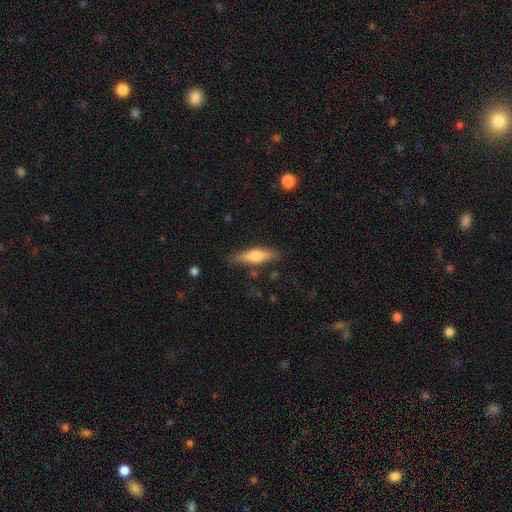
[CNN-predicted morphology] Smooth or featured? smooth (54%)
How rounded? cigar-shaped (65%)
Merging? none (82%)